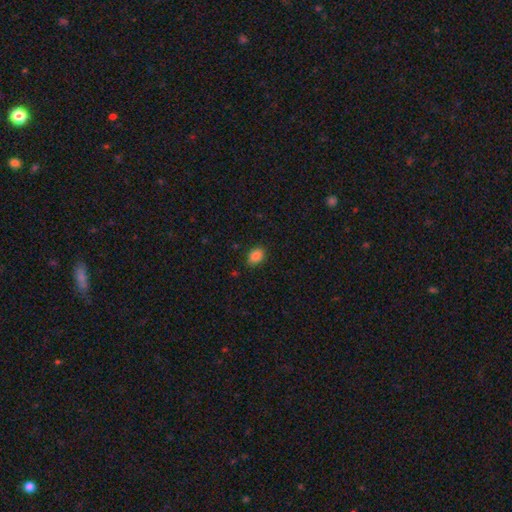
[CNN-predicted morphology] This is clearly a smooth galaxy (86%). How rounded: likely in between (77%). Merging: clearly none (84%).